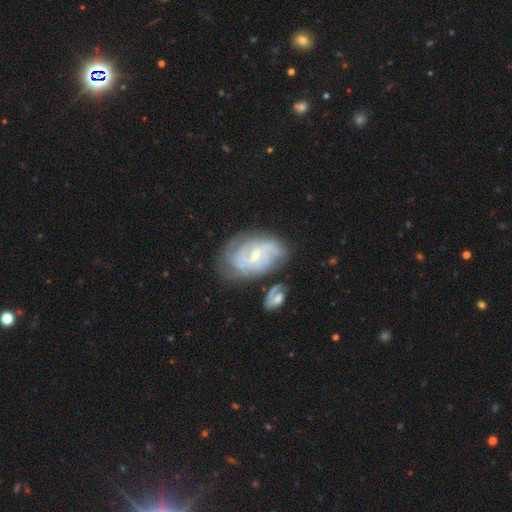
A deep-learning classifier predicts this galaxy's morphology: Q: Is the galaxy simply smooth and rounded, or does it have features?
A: featured or disk — 82%.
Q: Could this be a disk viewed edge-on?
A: no — 97%.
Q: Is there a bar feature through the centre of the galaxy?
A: weak — 50%.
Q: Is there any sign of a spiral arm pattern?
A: yes — 93%.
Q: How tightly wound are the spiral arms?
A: tight — 51%.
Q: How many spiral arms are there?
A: can't tell — 33%.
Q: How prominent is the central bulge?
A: small — 62%.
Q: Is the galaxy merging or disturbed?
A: none — 63%.